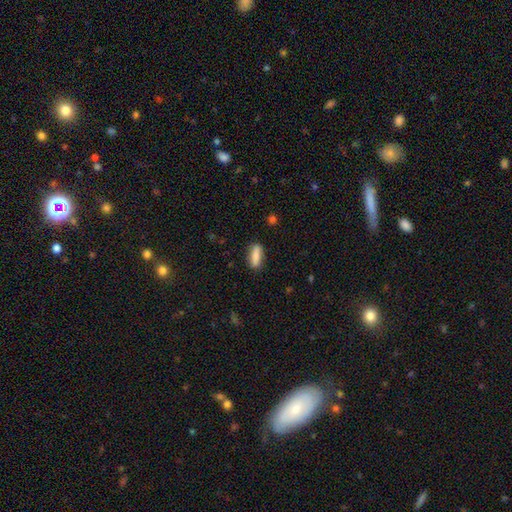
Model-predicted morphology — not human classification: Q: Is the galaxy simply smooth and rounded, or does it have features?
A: smooth — 83%.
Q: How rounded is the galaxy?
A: in between — 55%.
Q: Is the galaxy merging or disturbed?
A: none — 84%.